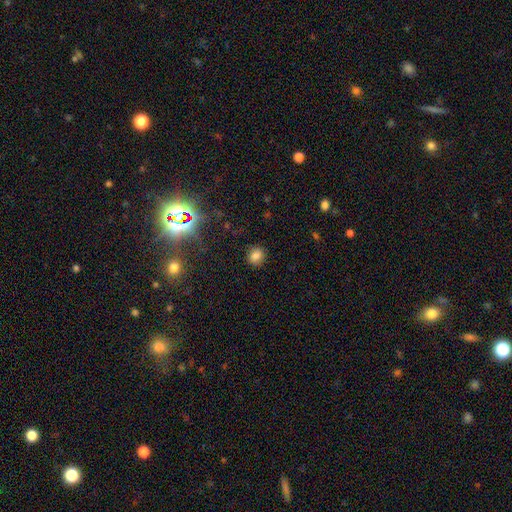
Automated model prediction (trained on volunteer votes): smooth_or_featured: smooth (p=0.80) [alt: star or artifact p=0.15]
how_rounded: round (p=0.70) [alt: in between p=0.29]
merging: none (p=0.87) [alt: minor disturbance p=0.09]